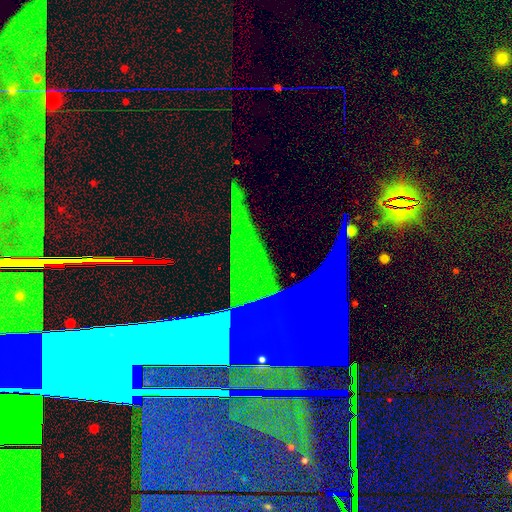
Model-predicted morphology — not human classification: Smooth or featured: star or artifact — 67% (featured or disk — 21%)